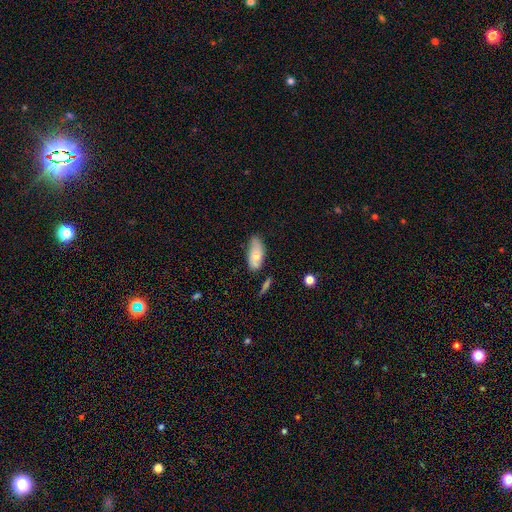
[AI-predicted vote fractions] A smooth galaxy with no disk features (71%) that is in between round and cigar-shaped (89%).

Vote fractions:
- Smooth or featured? smooth: 71% / featured or disk: 23% / star or artifact: 7%
- How rounded? in between: 89% / cigar-shaped: 9% / round: 3%
- Merging? none: 62% / minor disturbance: 28% / major disturbance: 5% / merger: 5%